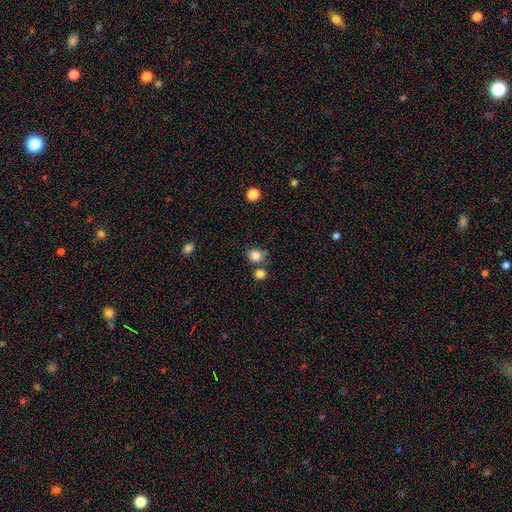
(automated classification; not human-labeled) Smooth or featured: smooth — 84% (star or artifact — 11%)
How rounded: round — 75% (in between — 25%)
Merging: none — 67% (merger — 17%)